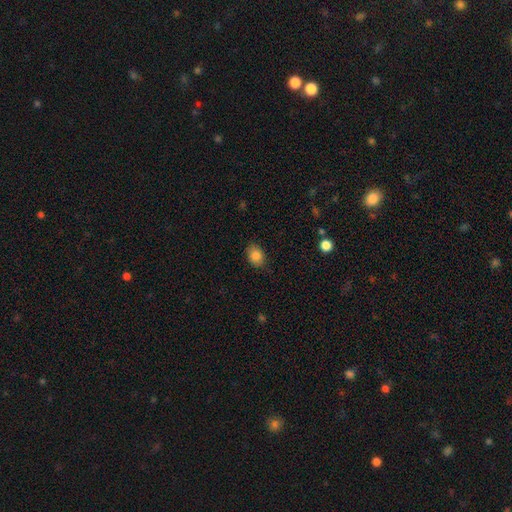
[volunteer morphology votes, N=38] smooth_or_featured: smooth (p=0.89) [alt: star or artifact p=0.08]
how_rounded: in between (p=0.79) [alt: round p=0.21]
merging: none (p=0.83) [alt: minor disturbance p=0.11]